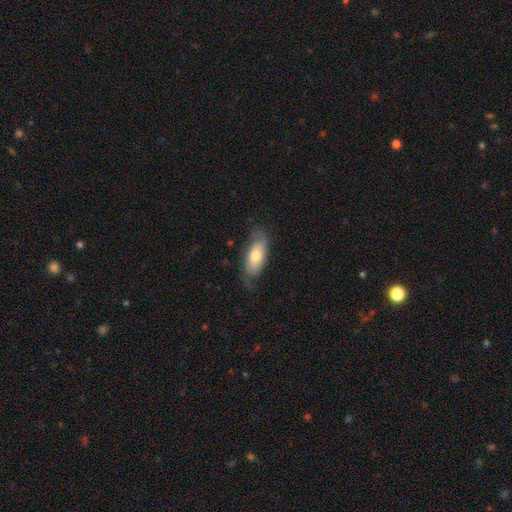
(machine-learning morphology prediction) A smooth galaxy with no disk features (59%) that is in between round and cigar-shaped (82%).

Vote fractions:
- Smooth or featured? smooth: 59% / featured or disk: 35% / star or artifact: 6%
- How rounded? in between: 82% / cigar-shaped: 15% / round: 3%
- Merging? none: 62% / minor disturbance: 26% / major disturbance: 10% / merger: 1%